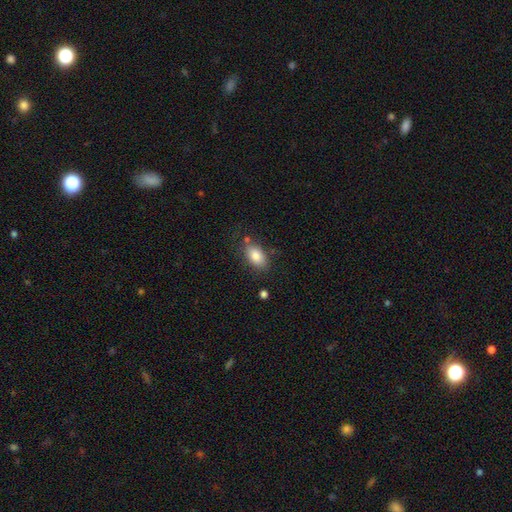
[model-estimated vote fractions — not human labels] Smooth or featured?
  - smooth: 83% *
  - featured or disk: 10%
  - star or artifact: 8%
How rounded?
  - in between: 91% *
  - round: 7%
  - cigar-shaped: 3%
Merging?
  - none: 75% *
  - minor disturbance: 15%
  - merger: 5%
  - major disturbance: 4%